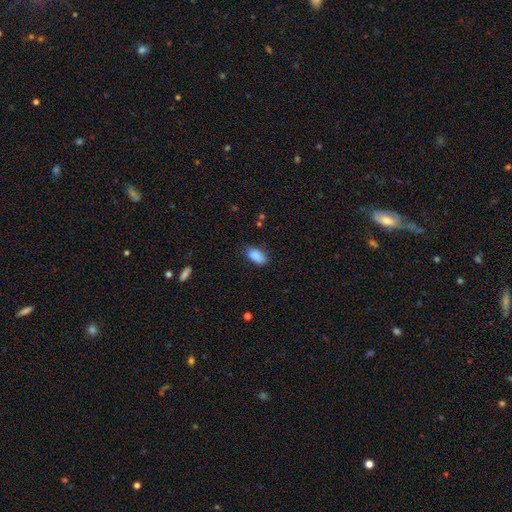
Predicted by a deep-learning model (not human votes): Q: Smooth or featured?
A: smooth (88%); runner-up: star or artifact (8%)
Q: How rounded?
A: in between (92%); runner-up: round (4%)
Q: Merging?
A: none (72%); runner-up: minor disturbance (21%)